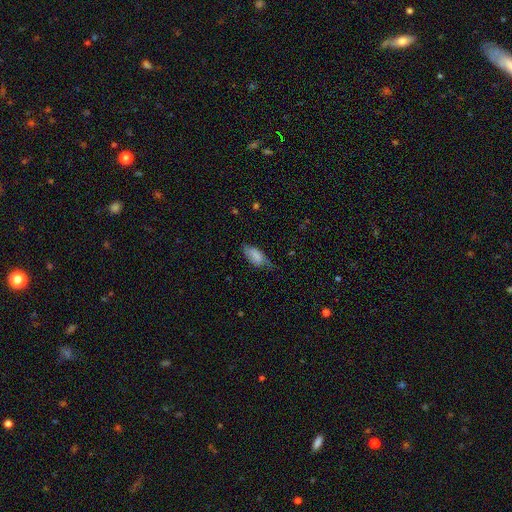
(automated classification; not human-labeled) A smooth galaxy with no disk features (72%) that is in between round and cigar-shaped (87%). Merging: none (48%).